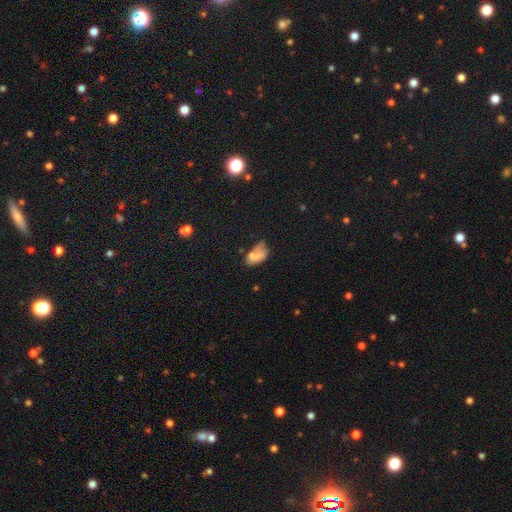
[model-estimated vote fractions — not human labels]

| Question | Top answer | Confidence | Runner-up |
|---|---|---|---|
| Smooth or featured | smooth | 65% | featured or disk (23%) |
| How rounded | in between | 90% | round (6%) |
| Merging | none | 32% | minor disturbance (30%) |